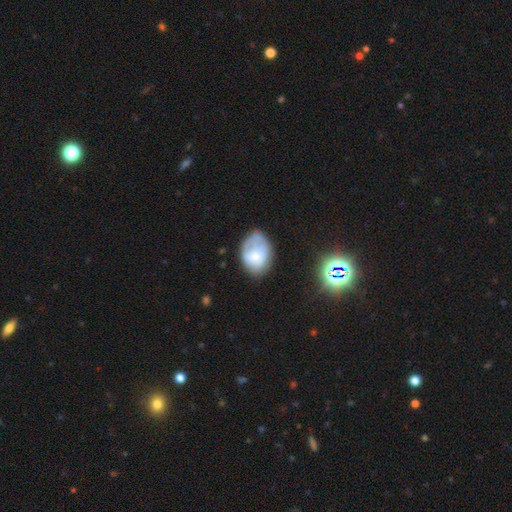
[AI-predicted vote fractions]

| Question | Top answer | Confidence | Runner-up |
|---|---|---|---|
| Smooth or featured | smooth | 60% | featured or disk (32%) |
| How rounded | in between | 73% | round (26%) |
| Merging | none | 53% | minor disturbance (30%) |